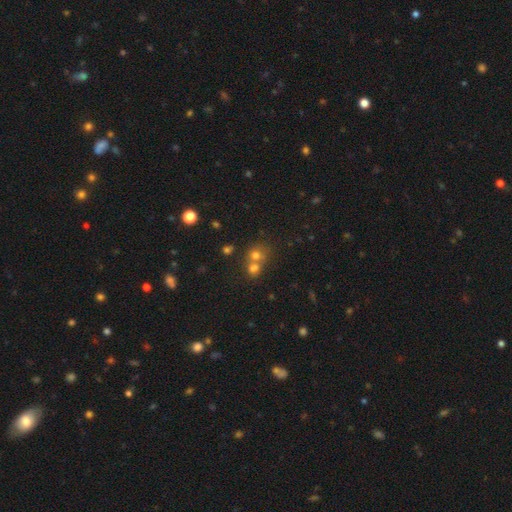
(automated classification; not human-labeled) This appears to be a smooth galaxy with no disk features (61%) that is round (82%). Merging: merger (48%).